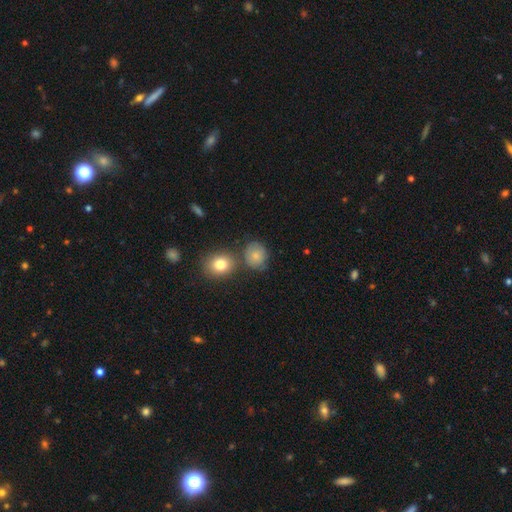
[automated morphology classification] smooth-or-featured: smooth: 74% | featured or disk: 15% | star or artifact: 10%
  how-rounded: round: 72% | in between: 27% | cigar-shaped: 1%
  merging: none: 63% | minor disturbance: 19% | merger: 12% | major disturbance: 6%